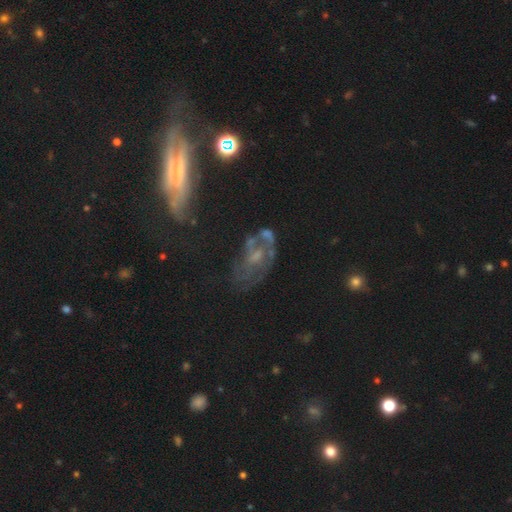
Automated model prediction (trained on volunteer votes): This is possibly a featured or disk galaxy (60%). It is clearly not viewed edge-on (90%). Bar: likely no (77%). Spiral arm pattern: possibly no (55%). Central bulge: marginally small (39%). Merging: marginally none (42%).